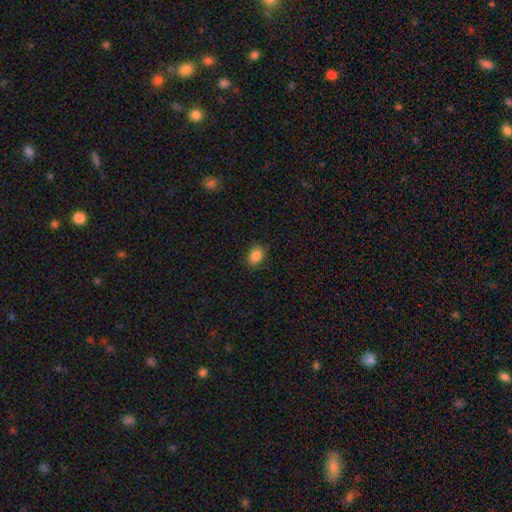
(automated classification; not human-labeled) Smooth or featured? smooth (87%)
How rounded? in between (72%)
Merging? none (85%)